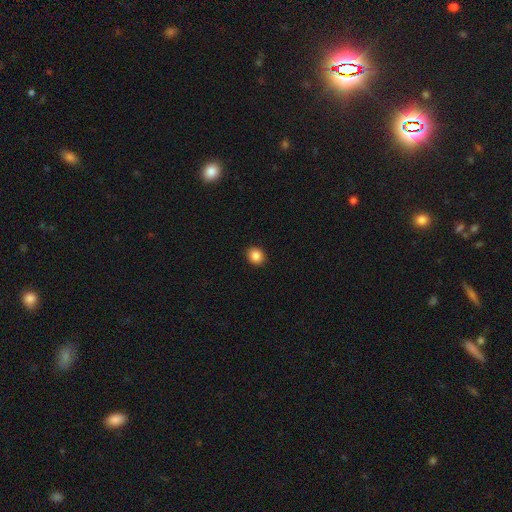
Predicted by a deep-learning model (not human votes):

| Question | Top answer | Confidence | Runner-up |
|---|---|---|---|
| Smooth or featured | smooth | 87% | star or artifact (9%) |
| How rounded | round | 72% | in between (28%) |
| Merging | none | 92% | minor disturbance (5%) |